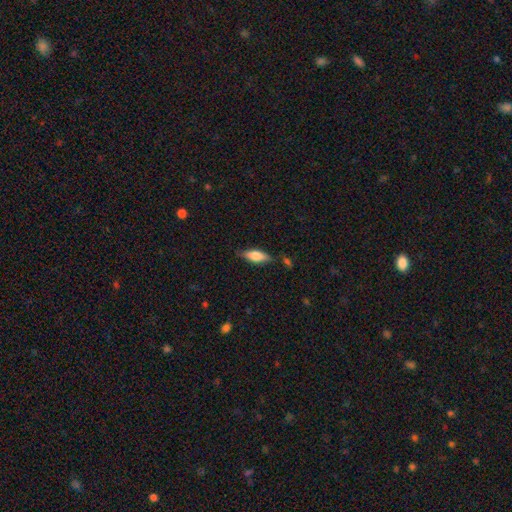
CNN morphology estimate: smooth-or-featured: smooth: 65% | featured or disk: 28% | star or artifact: 7%
  how-rounded: in between: 63% | cigar-shaped: 34% | round: 2%
  merging: none: 76% | minor disturbance: 16% | major disturbance: 4% | merger: 4%